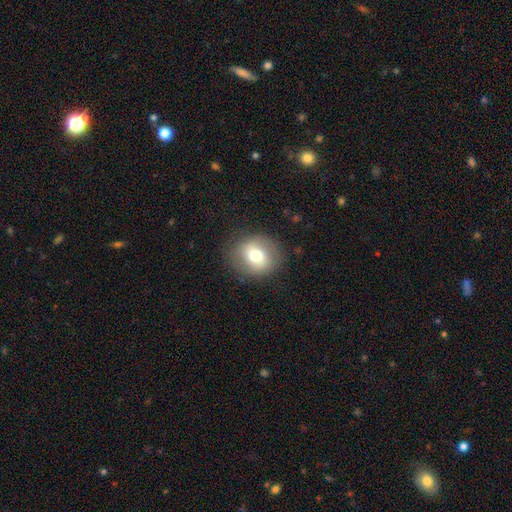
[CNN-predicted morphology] A smooth galaxy with no disk features (69%) that is round (74%).

Vote fractions:
- Smooth or featured? smooth: 69% / featured or disk: 22% / star or artifact: 9%
- How rounded? round: 74% / in between: 25% / cigar-shaped: 1%
- Merging? none: 82% / minor disturbance: 12% / major disturbance: 5% / merger: 1%